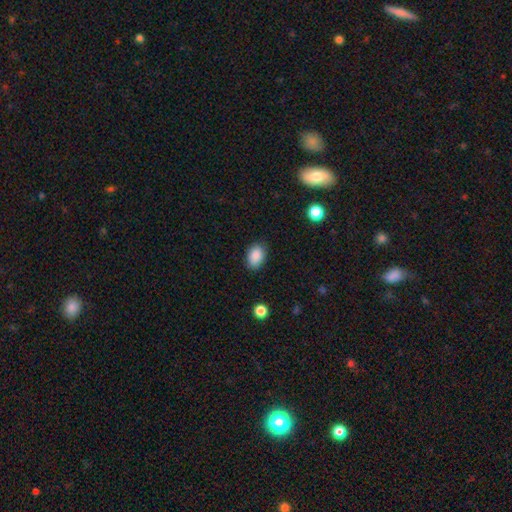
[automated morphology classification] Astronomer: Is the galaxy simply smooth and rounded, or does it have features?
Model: smooth — 88%.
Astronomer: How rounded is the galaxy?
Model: in between — 82%.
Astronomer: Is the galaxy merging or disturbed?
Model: none — 84%.